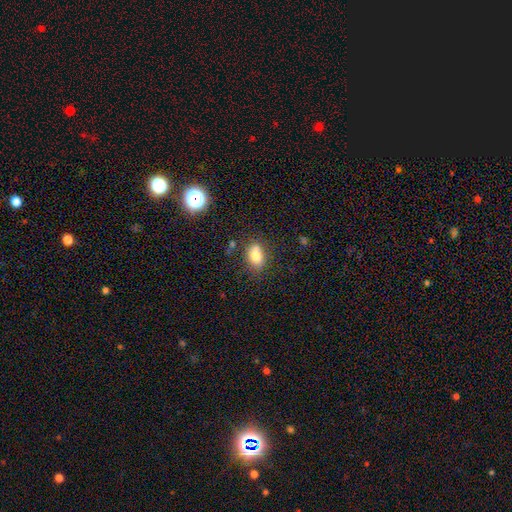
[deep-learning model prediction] Morphology: type=smooth (78%); roundness=in between (82%); merging=none (68%).